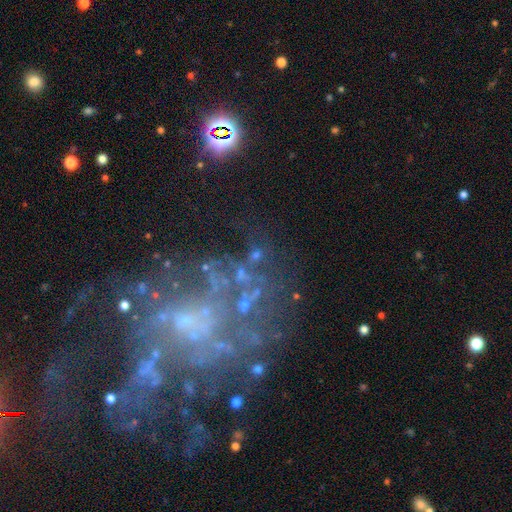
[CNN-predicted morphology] The model was most divided on "smooth or featured": featured or disk: 51%, star or artifact: 33%, smooth: 16%. More confident: edge-on disk — no (96%); merging — none (51%).